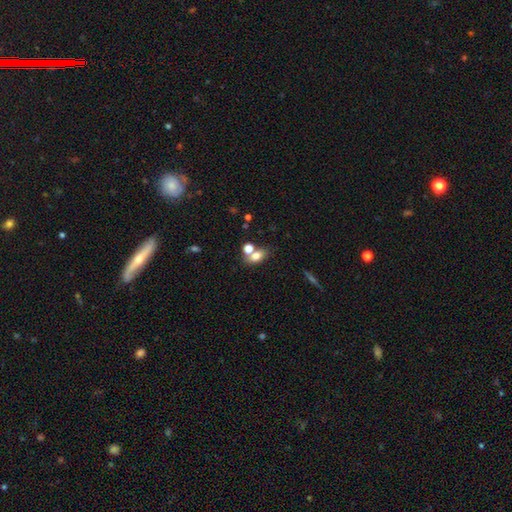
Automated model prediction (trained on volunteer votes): A smooth galaxy with no disk features (74%) that is in between round and cigar-shaped (76%). Merging: none (47%).